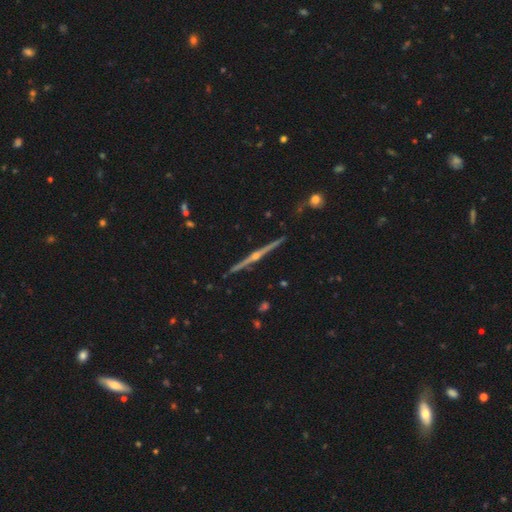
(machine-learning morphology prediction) A featured or disk galaxy (89%) viewed edge-on (99%) with a rounded central bulge (93%).

Vote fractions:
- Smooth or featured? featured or disk: 89% / smooth: 6% / star or artifact: 5%
- Edge-on disk? yes: 99% / no: 1%
- Edge-on bulge? rounded: 93% / none: 4% / boxy: 3%
- Merging? none: 91% / minor disturbance: 6% / merger: 1% / major disturbance: 1%